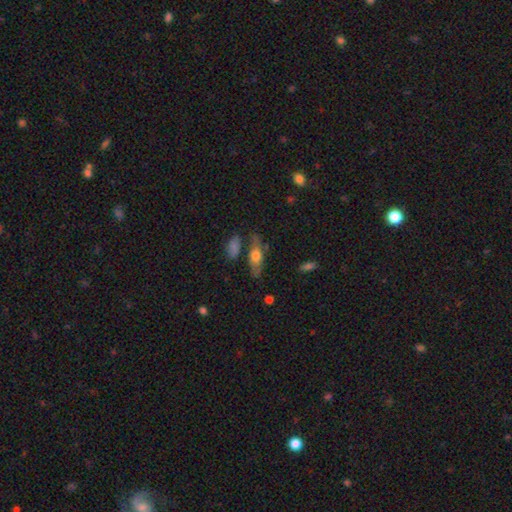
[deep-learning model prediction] A smooth galaxy with no disk features (53%) that is in between round and cigar-shaped (67%).

Vote fractions:
- Smooth or featured? smooth: 53% / featured or disk: 39% / star or artifact: 8%
- How rounded? in between: 67% / cigar-shaped: 27% / round: 6%
- Merging? none: 58% / minor disturbance: 22% / major disturbance: 10% / merger: 10%